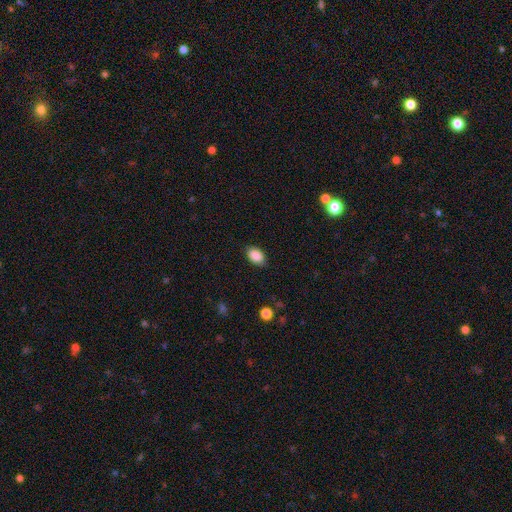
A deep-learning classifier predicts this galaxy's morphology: A smooth galaxy with no disk features (89%) that is in between round and cigar-shaped (87%). Merging: none (85%).